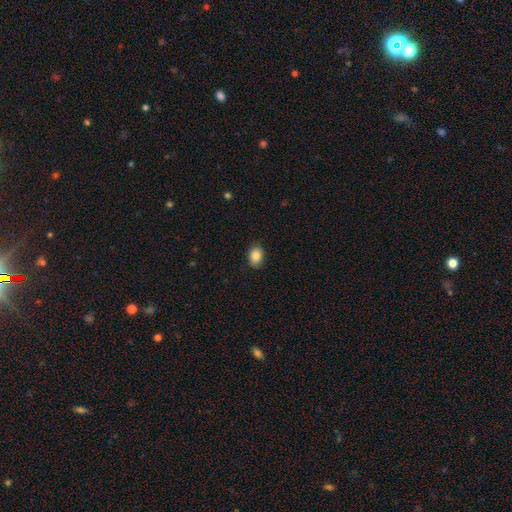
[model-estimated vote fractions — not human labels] Q: Smooth or featured?
A: smooth (86%); runner-up: star or artifact (8%)
Q: How rounded?
A: in between (79%); runner-up: round (20%)
Q: Merging?
A: none (87%); runner-up: minor disturbance (10%)